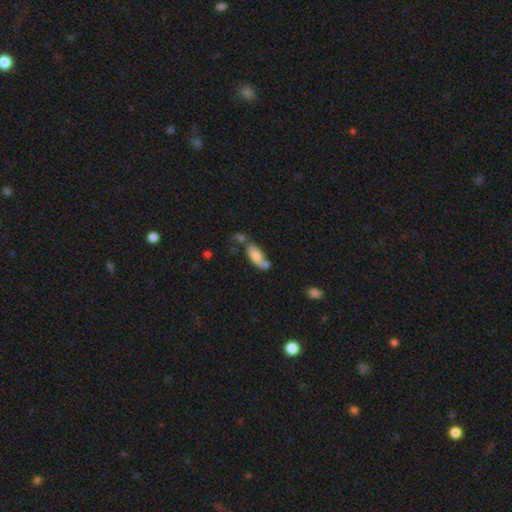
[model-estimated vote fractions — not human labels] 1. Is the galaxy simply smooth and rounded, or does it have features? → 74% smooth, 18% featured or disk, 8% star or artifact.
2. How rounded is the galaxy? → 77% in between, 20% cigar-shaped, 3% round.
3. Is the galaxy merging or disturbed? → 41% none, 32% merger, 19% minor disturbance, 8% major disturbance.